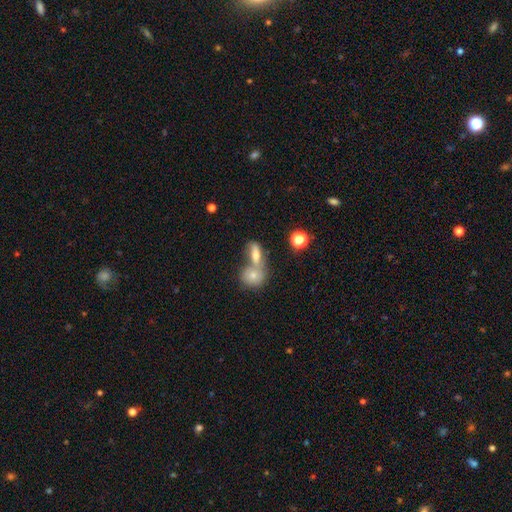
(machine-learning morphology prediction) A smooth galaxy with no disk features (64%) that is in between round and cigar-shaped (58%).

Vote fractions:
- Smooth or featured? smooth: 64% / featured or disk: 23% / star or artifact: 13%
- How rounded? in between: 58% / round: 25% / cigar-shaped: 17%
- Merging? merger: 54% / none: 33% / minor disturbance: 8% / major disturbance: 5%